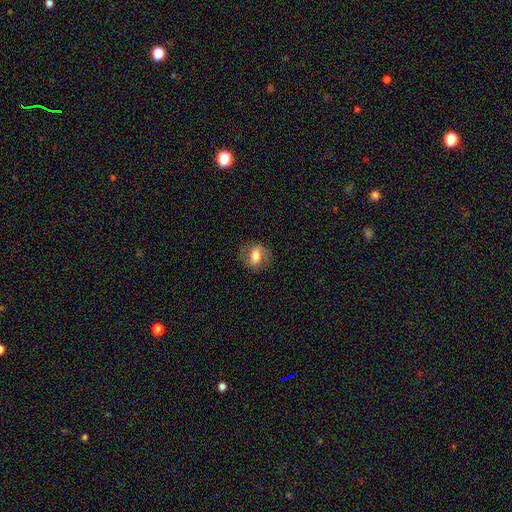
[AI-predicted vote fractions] Smooth or featured? Predicted: smooth (p=0.57). How rounded? Predicted: in between (p=0.56). Merging? Predicted: none (p=0.76).